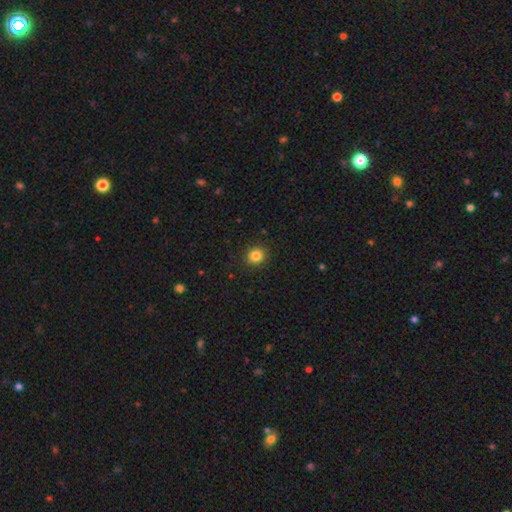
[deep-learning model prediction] The model was most divided on "how rounded": round: 86%, in between: 13%, cigar-shaped: 1%. More confident: merging — none (90%); smooth or featured — smooth (84%).